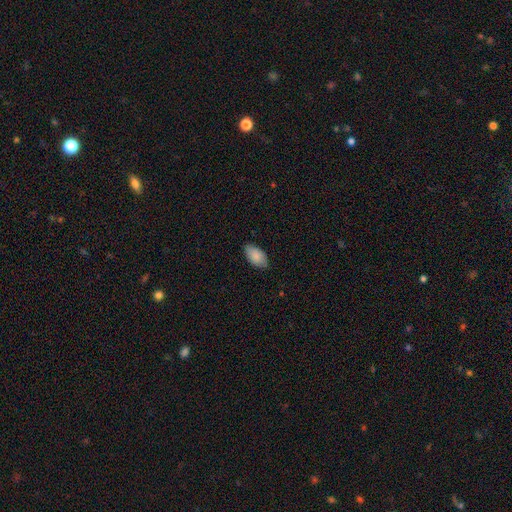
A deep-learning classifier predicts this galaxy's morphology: A smooth galaxy with no disk features (87%) that is in between round and cigar-shaped (95%). Merging: none (82%).